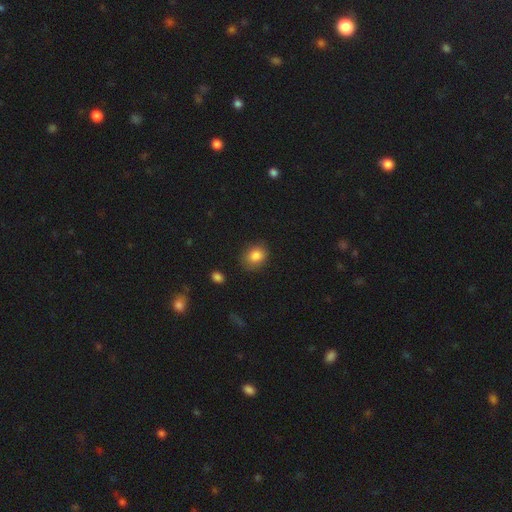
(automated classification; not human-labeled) A smooth galaxy with no disk features (85%) that is round (53%).

Vote fractions:
- Smooth or featured? smooth: 85% / star or artifact: 9% / featured or disk: 6%
- How rounded? round: 53% / in between: 46% / cigar-shaped: 1%
- Merging? none: 78% / minor disturbance: 17% / major disturbance: 4% / merger: 2%